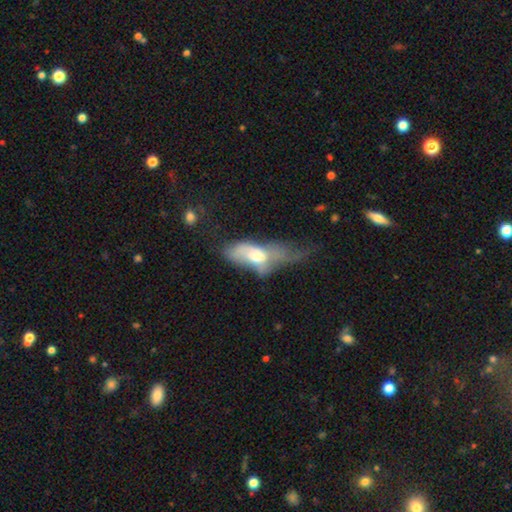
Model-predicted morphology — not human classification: A smooth galaxy with no disk features (45%, tied with featured or disk).

Vote fractions:
- Smooth or featured? smooth: 45% (tied) / featured or disk: 45% (tied) / star or artifact: 9%
- Merging? major disturbance: 48% / minor disturbance: 23% / none: 17% / merger: 13%